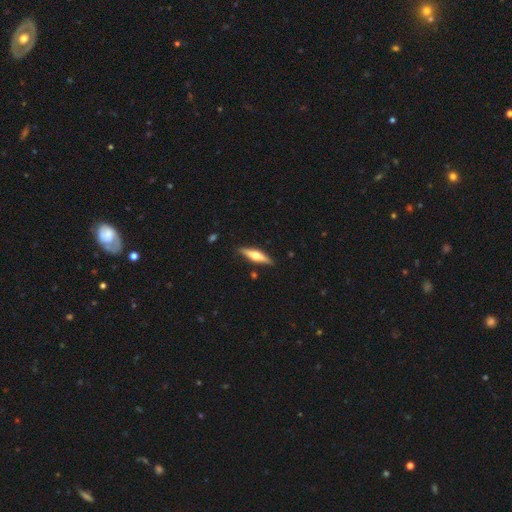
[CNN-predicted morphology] A featured or disk galaxy (60%) viewed edge-on (95%) with a rounded central bulge (93%).

Vote fractions:
- Smooth or featured? featured or disk: 60% / smooth: 35% / star or artifact: 5%
- Edge-on disk? yes: 95% / no: 5%
- Edge-on bulge? rounded: 93% / boxy: 4% / none: 3%
- Merging? none: 88% / minor disturbance: 9% / major disturbance: 2% / merger: 2%